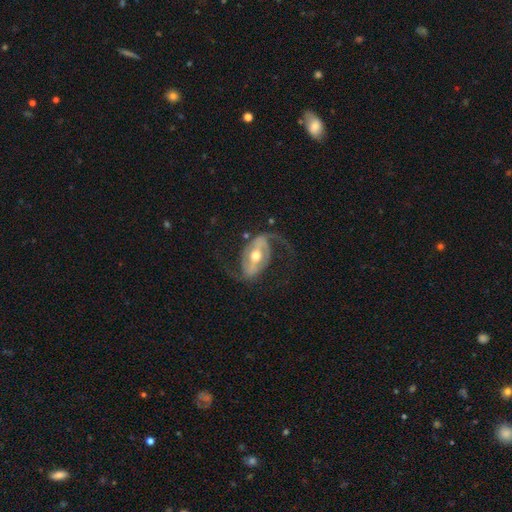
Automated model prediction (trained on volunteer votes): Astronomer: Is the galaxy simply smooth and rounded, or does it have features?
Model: featured or disk — 89%.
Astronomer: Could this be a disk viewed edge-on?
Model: no — 96%.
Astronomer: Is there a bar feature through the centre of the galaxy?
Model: strong — 51% (runner-up: weak, 32%).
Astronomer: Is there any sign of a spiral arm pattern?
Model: yes — 95%.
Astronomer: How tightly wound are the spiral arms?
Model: loose — 54% (runner-up: medium, 37%).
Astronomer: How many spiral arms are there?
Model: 2 — 92%.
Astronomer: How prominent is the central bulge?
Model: moderate — 75%.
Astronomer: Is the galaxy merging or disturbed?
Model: none — 71%.